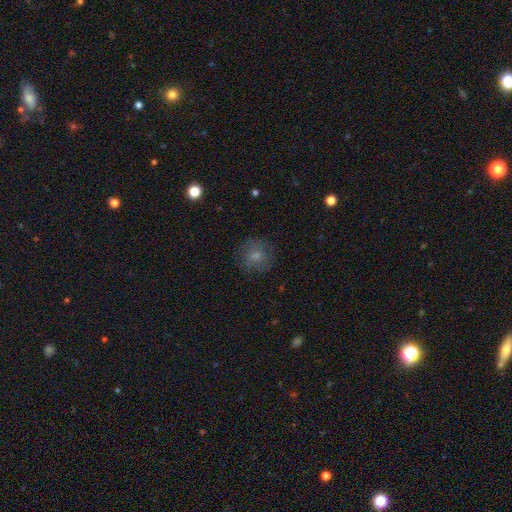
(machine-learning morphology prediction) Smooth or featured? Predicted: smooth (p=0.75). How rounded? Predicted: round (p=0.88). Merging? Predicted: none (p=0.77).